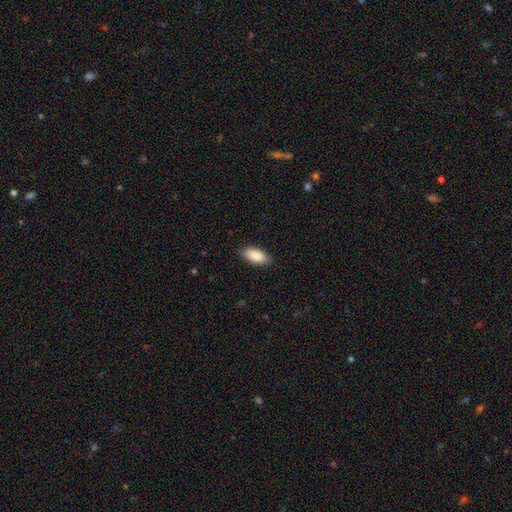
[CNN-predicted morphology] Smooth or featured? Predicted: smooth (p=0.89). How rounded? Predicted: in between (p=0.89). Merging? Predicted: none (p=0.86).